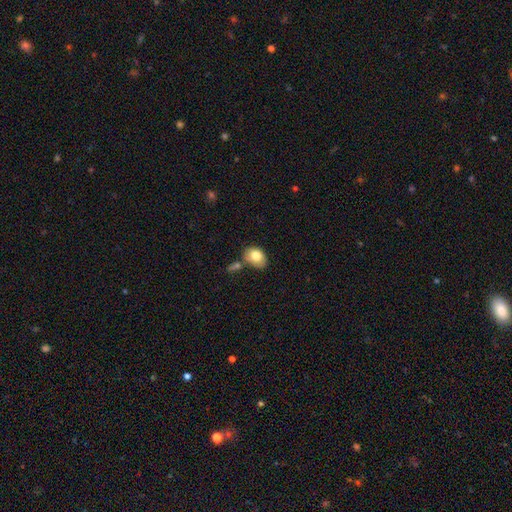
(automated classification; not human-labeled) This appears to be a smooth galaxy with no disk features (79%) that is in between round and cigar-shaped (76%). Merging: none (56%).